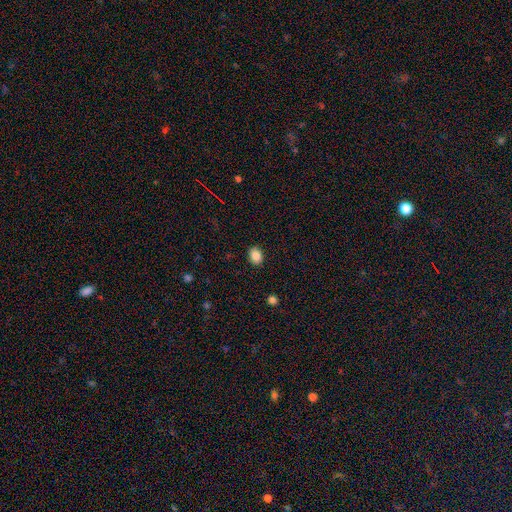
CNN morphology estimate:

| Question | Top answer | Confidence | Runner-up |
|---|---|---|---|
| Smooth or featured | smooth | 86% | star or artifact (9%) |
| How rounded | in between | 63% | round (36%) |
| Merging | none | 89% | minor disturbance (8%) |